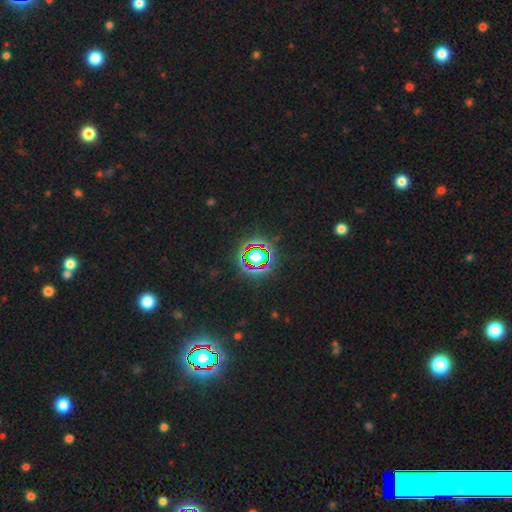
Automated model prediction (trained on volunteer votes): Q: Smooth or featured?
A: star or artifact (70%); runner-up: smooth (19%)